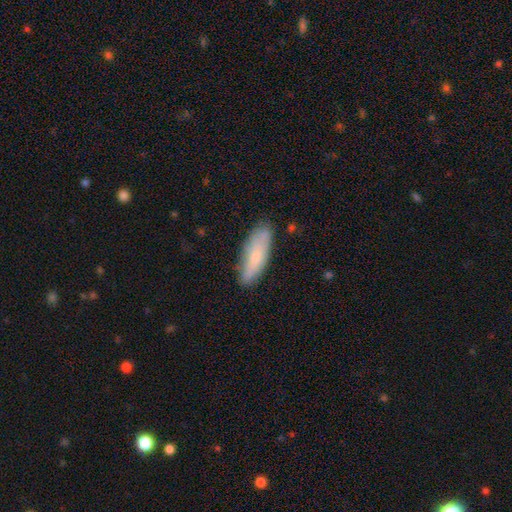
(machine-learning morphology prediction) Smooth or featured? Predicted: smooth (p=0.70). How rounded? Predicted: in between (p=0.58). Merging? Predicted: none (p=0.81).